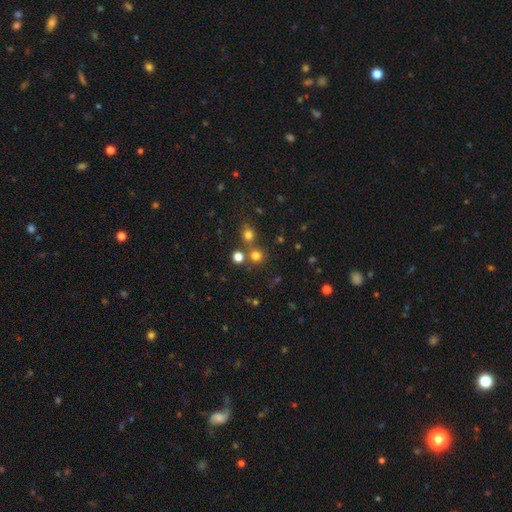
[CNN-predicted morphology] Smooth or featured? Predicted: smooth (p=0.71). How rounded? Predicted: round (p=0.90). Merging? Predicted: none (p=0.70).